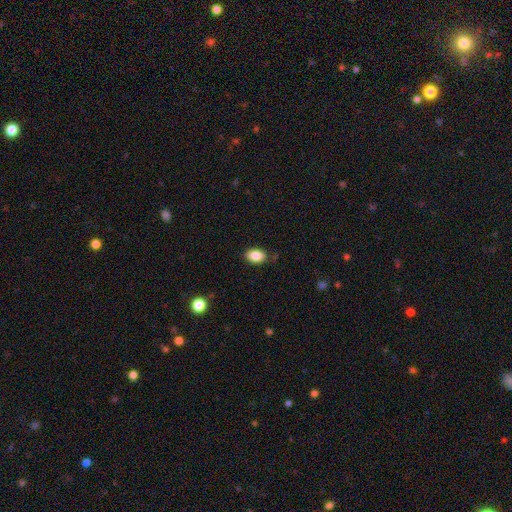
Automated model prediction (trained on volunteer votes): Morphology: type=smooth (87%); roundness=in between (85%); merging=none (83%).